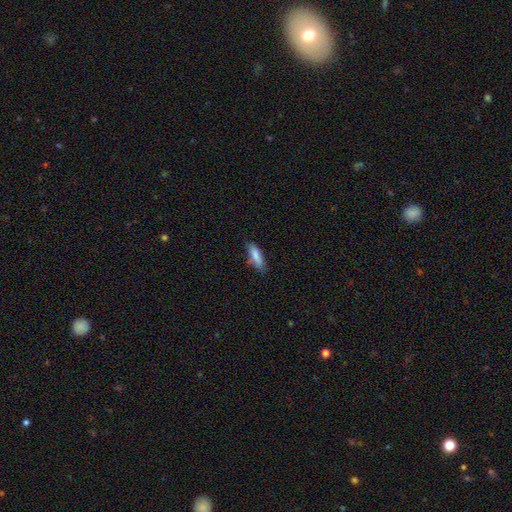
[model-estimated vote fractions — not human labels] smooth 84%, featured or disk 9%, star or artifact 7%. Down the decision tree: how rounded — in between (51%); merging — none (72%).